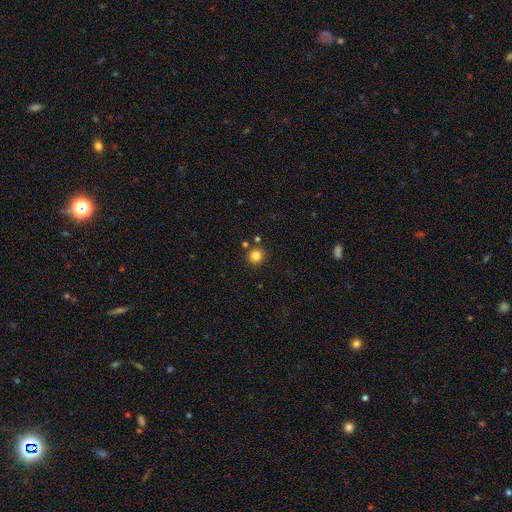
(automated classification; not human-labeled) smooth-or-featured: smooth: 83% | star or artifact: 12% | featured or disk: 5%
  how-rounded: round: 93% | in between: 6% | cigar-shaped: 1%
  merging: none: 84% | minor disturbance: 7% | merger: 7% | major disturbance: 2%